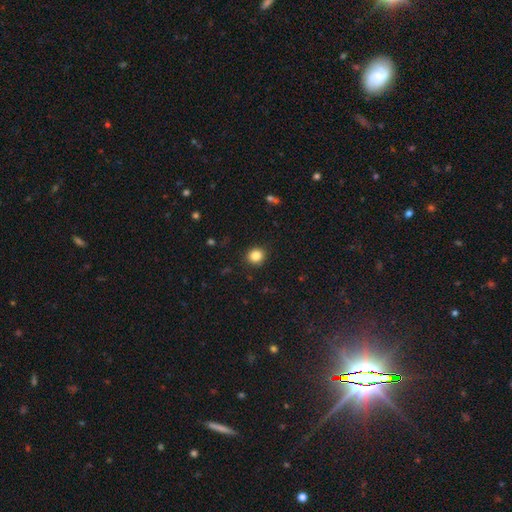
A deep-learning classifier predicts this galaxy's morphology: A smooth galaxy with no disk features (85%) that is round (88%).

Vote fractions:
- Smooth or featured? smooth: 85% / star or artifact: 11% / featured or disk: 4%
- How rounded? round: 88% / in between: 11% / cigar-shaped: 1%
- Merging? none: 90% / minor disturbance: 7% / major disturbance: 2% / merger: 1%